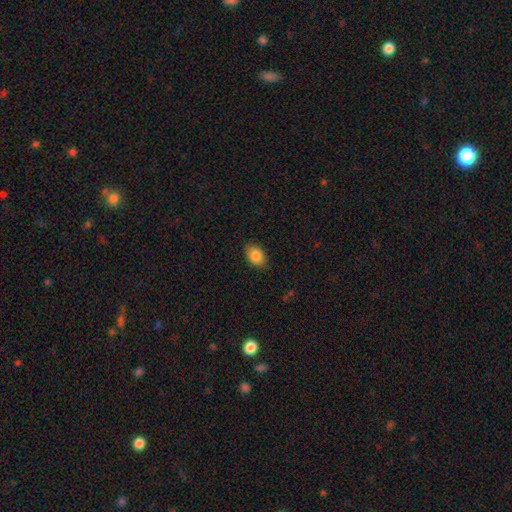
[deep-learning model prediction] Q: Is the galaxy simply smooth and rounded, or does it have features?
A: smooth — 85%.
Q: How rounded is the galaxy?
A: in between — 83%.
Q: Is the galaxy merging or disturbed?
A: none — 85%.